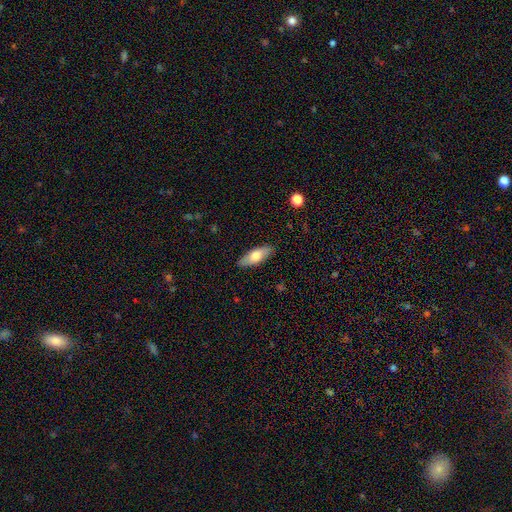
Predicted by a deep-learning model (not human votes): A smooth galaxy with no disk features (68%) that is in between round and cigar-shaped (69%).

Vote fractions:
- Smooth or featured? smooth: 68% / featured or disk: 26% / star or artifact: 6%
- How rounded? in between: 69% / cigar-shaped: 28% / round: 2%
- Merging? none: 88% / minor disturbance: 9% / major disturbance: 2% / merger: 1%